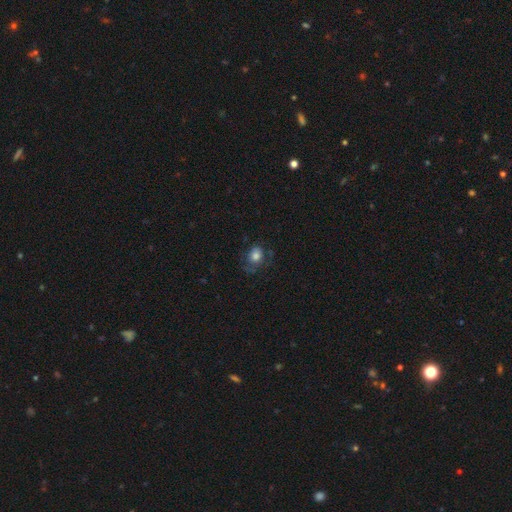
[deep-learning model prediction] The model was most divided on "how rounded": round: 53%, in between: 46%, cigar-shaped: 1%. More confident: smooth or featured — smooth (72%); merging — none (56%).